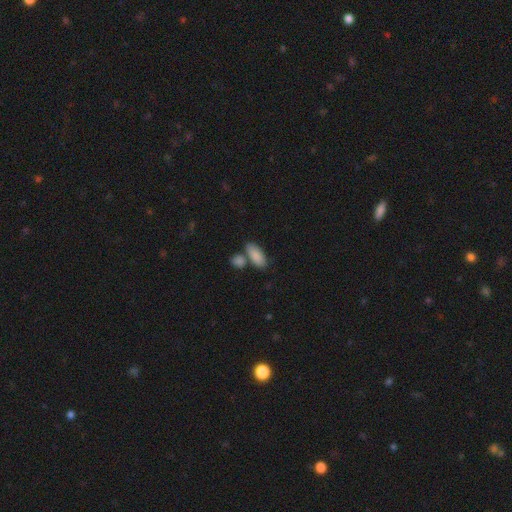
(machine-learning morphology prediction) The model was most divided on "merging": none: 58%, merger: 26%, minor disturbance: 12%, major disturbance: 4%. More confident: how rounded — in between (88%); smooth or featured — smooth (86%).